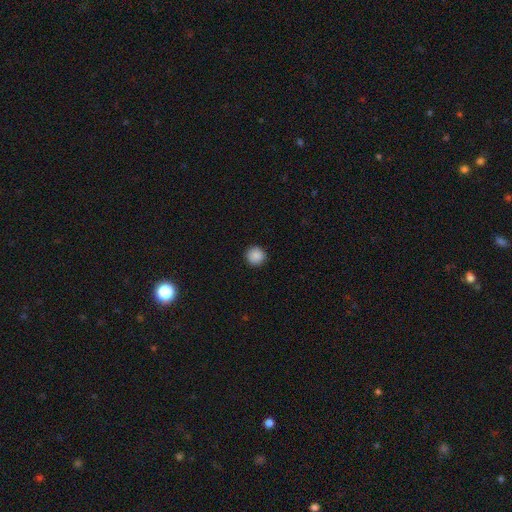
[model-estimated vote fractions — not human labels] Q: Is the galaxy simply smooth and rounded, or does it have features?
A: smooth — 89%.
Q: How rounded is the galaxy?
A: round — 95%.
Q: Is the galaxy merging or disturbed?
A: none — 92%.